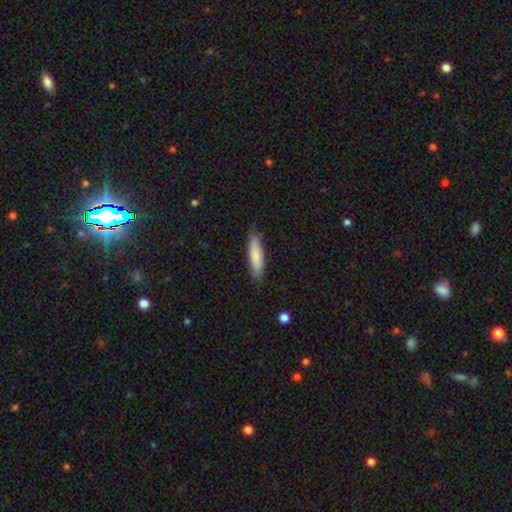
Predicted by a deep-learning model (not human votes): Q: Smooth or featured?
A: smooth (81%); runner-up: featured or disk (14%)
Q: How rounded?
A: cigar-shaped (73%); runner-up: in between (26%)
Q: Merging?
A: none (82%); runner-up: minor disturbance (14%)